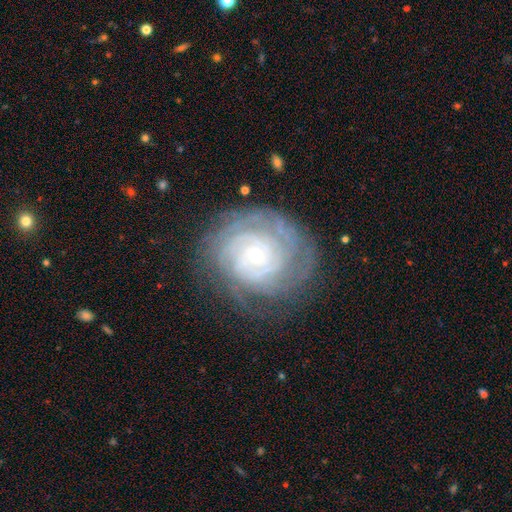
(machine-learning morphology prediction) smooth-or-featured: featured or disk: 85% | smooth: 8% | star or artifact: 6%
  disk-edge-on: no: 97% | yes: 3%
    bar: no: 78% | weak: 17% | strong: 5%
    has-spiral-arms: yes: 96% | no: 4%
      spiral-winding: tight: 84% | medium: 13% | loose: 3%
      spiral-arm-count: can't tell: 33% | 4: 19% | 3: 15% | more than 4: 13% | 2: 13% | 1: 7%
    bulge-size: small: 69% | moderate: 27% | large: 1% | none: 1% | dominant: 1%
  merging: none: 77% | minor disturbance: 16% | major disturbance: 6% | merger: 1%